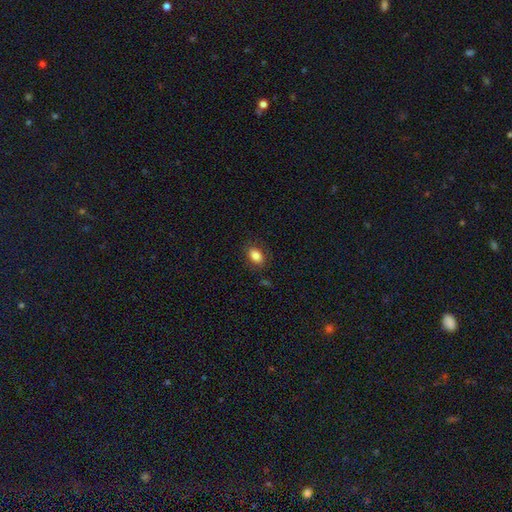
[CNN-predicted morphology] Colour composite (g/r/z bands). It shows a smooth galaxy with no disk features (83%) that is in between round and cigar-shaped (82%). Merging: none (83%).